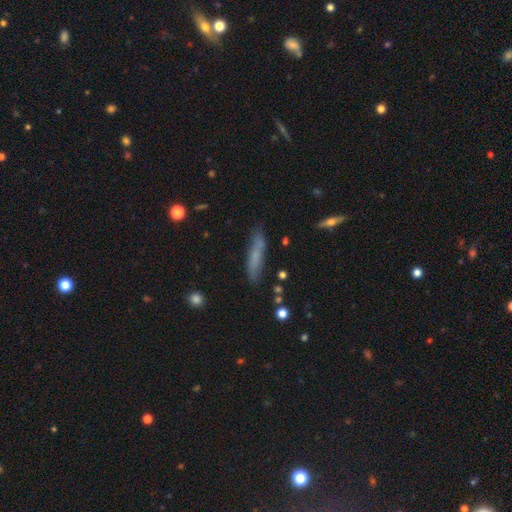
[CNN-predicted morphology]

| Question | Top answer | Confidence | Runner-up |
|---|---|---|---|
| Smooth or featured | smooth | 64% | featured or disk (27%) |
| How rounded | cigar-shaped | 86% | in between (12%) |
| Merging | none | 79% | minor disturbance (15%) |